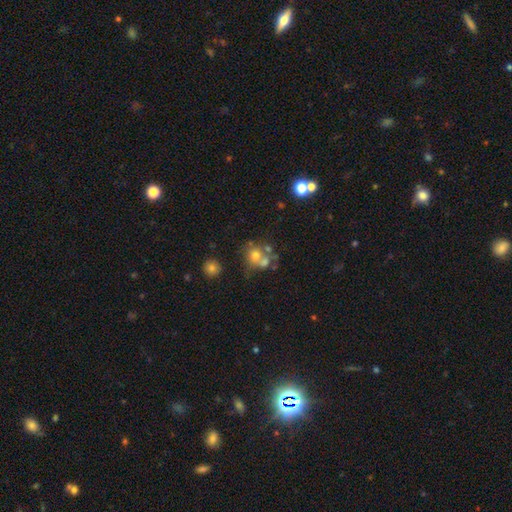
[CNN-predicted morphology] A smooth galaxy with no disk features (58%) that is round (72%). Merging: merger (45%).